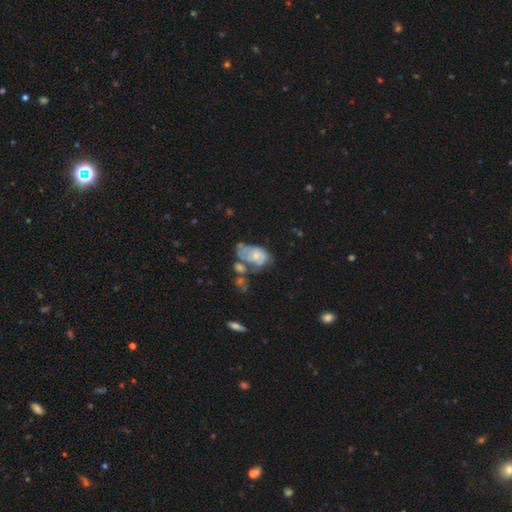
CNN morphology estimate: A featured or disk galaxy (53%) with no bar (79%), spiral arms (54%) and a small central bulge (49%). Merging: merger (33%).